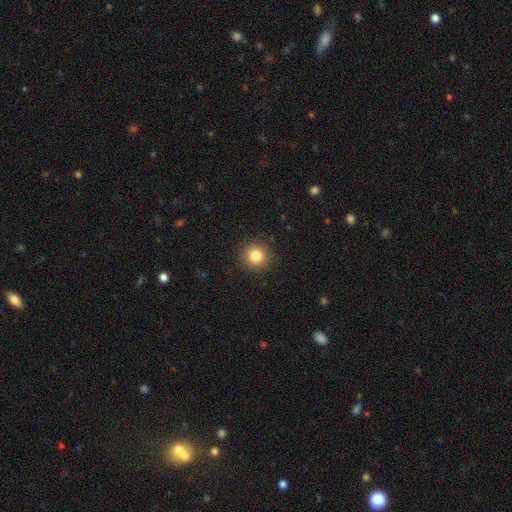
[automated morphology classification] Q: Smooth or featured?
A: smooth (83%); runner-up: star or artifact (11%)
Q: How rounded?
A: round (94%); runner-up: in between (5%)
Q: Merging?
A: none (91%); runner-up: minor disturbance (6%)